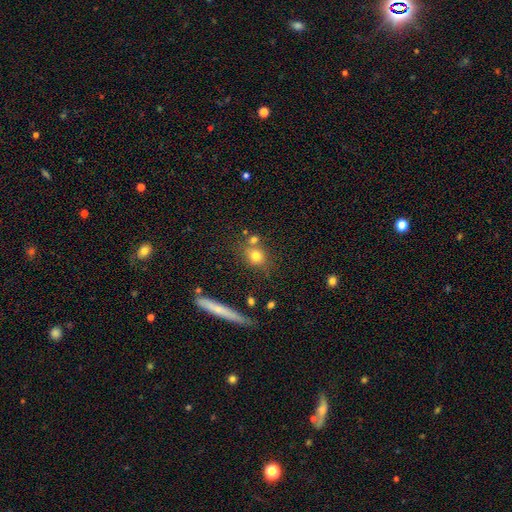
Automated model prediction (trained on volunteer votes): A smooth galaxy with no disk features (73%) that is round (66%).

Vote fractions:
- Smooth or featured? smooth: 73% / featured or disk: 14% / star or artifact: 13%
- How rounded? round: 66% / in between: 29% / cigar-shaped: 5%
- Merging? none: 66% / merger: 18% / minor disturbance: 12% / major disturbance: 4%